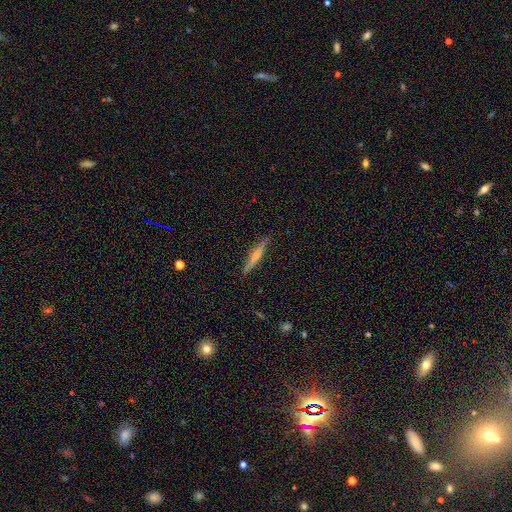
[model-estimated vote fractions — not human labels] smooth_or_featured: featured or disk (p=0.53) [alt: smooth p=0.41]
disk_edge_on: yes (p=0.95) [alt: no p=0.05]
edge_on_bulge: rounded (p=0.66) [alt: none p=0.28]
merging: none (p=0.88) [alt: minor disturbance p=0.09]